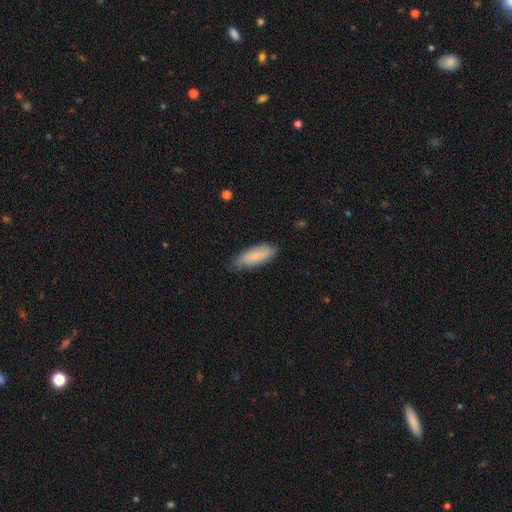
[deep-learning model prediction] Overall: smooth (83%). How rounded: in between (71%). Merging: none (80%).